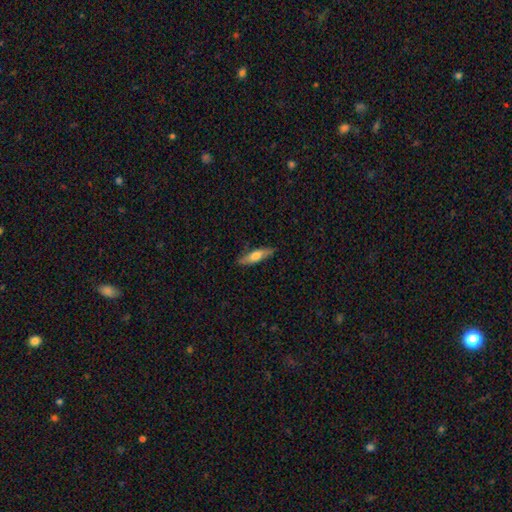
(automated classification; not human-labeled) smooth 61%, featured or disk 34%, star or artifact 6%. Down the decision tree: how rounded — cigar-shaped (67%); merging — none (84%).